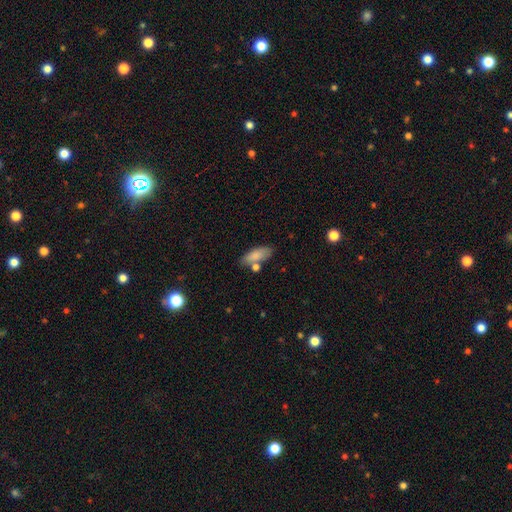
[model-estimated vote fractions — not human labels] This appears to be a smooth galaxy with no disk features (83%) that is in between round and cigar-shaped (73%). Merging: none (68%).